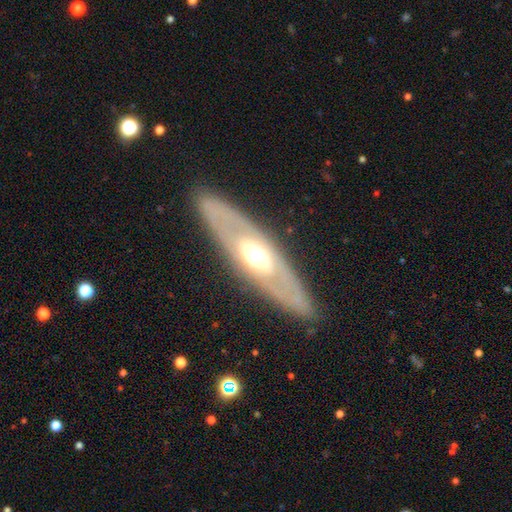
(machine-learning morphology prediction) This appears to be a featured or disk galaxy (69%). Merging: none (85%).